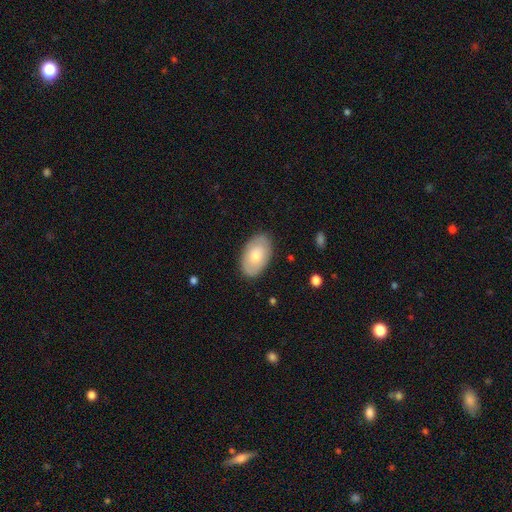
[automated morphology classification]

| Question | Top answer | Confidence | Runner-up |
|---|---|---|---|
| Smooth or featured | smooth | 70% | featured or disk (25%) |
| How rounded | in between | 94% | round (5%) |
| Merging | none | 84% | minor disturbance (12%) |